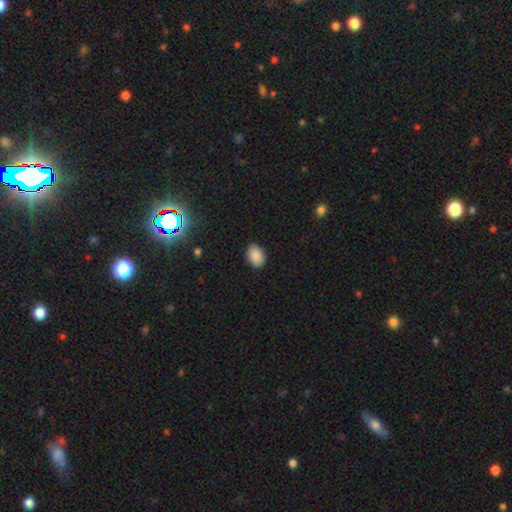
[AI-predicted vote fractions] Morphology: type=smooth (88%); roundness=in between (80%); merging=none (87%).